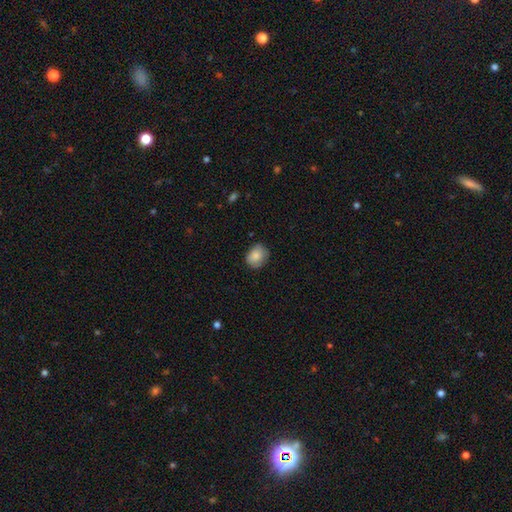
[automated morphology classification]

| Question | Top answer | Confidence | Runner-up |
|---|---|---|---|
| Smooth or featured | smooth | 83% | featured or disk (10%) |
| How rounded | round | 54% | in between (46%) |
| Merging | none | 74% | minor disturbance (21%) |